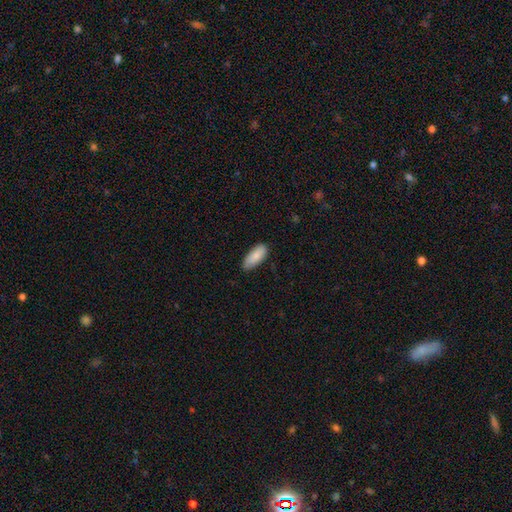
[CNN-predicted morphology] smooth-or-featured: smooth: 86% | featured or disk: 8% | star or artifact: 6%
  how-rounded: in between: 84% | cigar-shaped: 15% | round: 2%
  merging: none: 80% | minor disturbance: 17% | major disturbance: 2% | merger: 1%